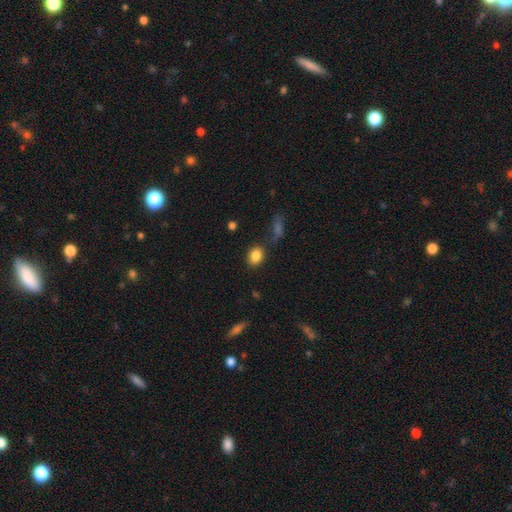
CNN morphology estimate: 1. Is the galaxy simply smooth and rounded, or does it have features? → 85% smooth, 9% star or artifact, 6% featured or disk.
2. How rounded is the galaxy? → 66% in between, 32% round, 1% cigar-shaped.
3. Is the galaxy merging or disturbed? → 76% none, 13% minor disturbance, 7% merger, 4% major disturbance.